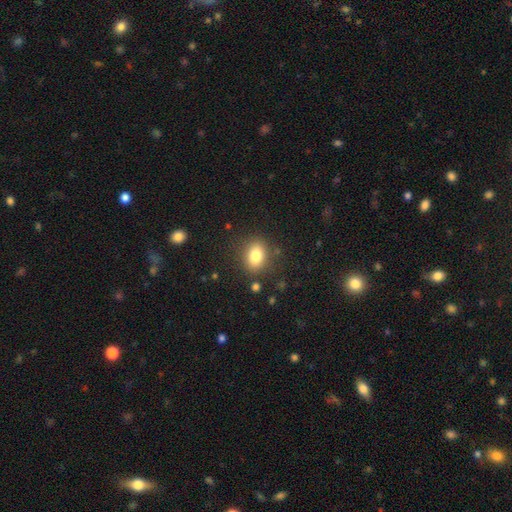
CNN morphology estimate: type=smooth (81%); roundness=in between (64%); merging=none (83%).